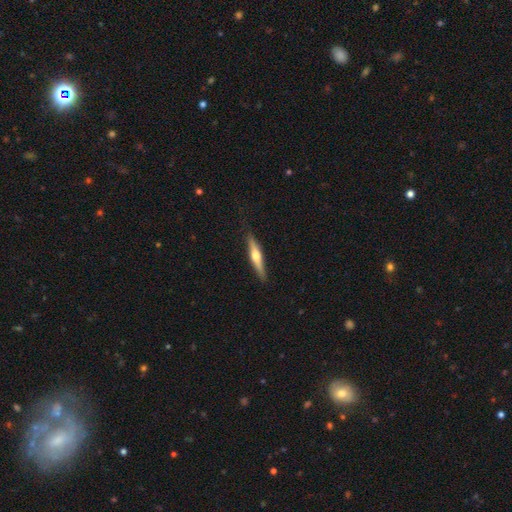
A featured or disk galaxy (53%) viewed edge-on (95%) with a rounded central bulge (79%).

Vote fractions:
- Smooth or featured? featured or disk: 53% / smooth: 37% / star or artifact: 11%
- Edge-on disk? yes: 95% / no: 5%
- Edge-on bulge? rounded: 79% / boxy: 16% / none: 5%
- Merging? none: 85% / minor disturbance: 9% / major disturbance: 6% / merger: 0%